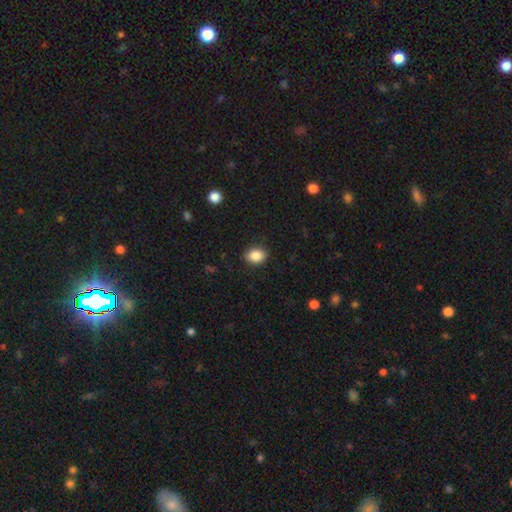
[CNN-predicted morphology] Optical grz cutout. It shows a smooth galaxy with no disk features (87%) that is in between round and cigar-shaped (66%). Merging: none (88%).